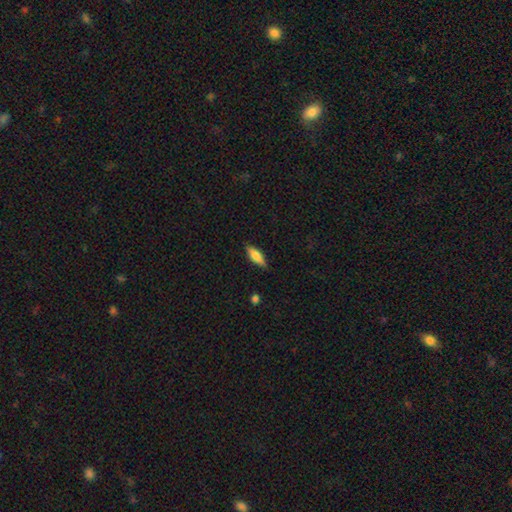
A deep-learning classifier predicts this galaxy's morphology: Smooth or featured: smooth — 68% (featured or disk — 26%)
How rounded: in between — 55% (cigar-shaped — 43%)
Merging: none — 84% (minor disturbance — 12%)